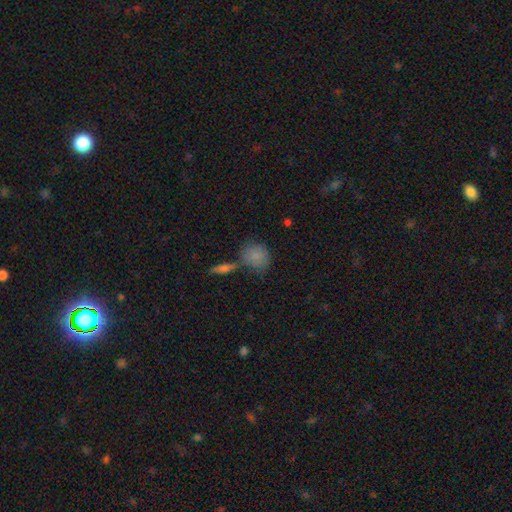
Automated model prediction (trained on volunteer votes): A smooth galaxy with no disk features (82%) that is round (66%). Merging: none (59%).